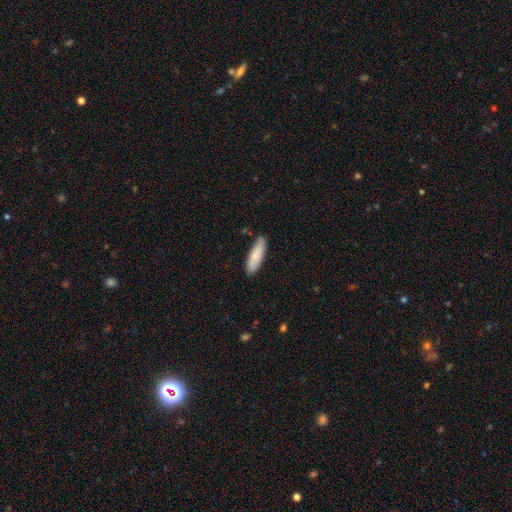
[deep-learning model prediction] smooth 83%, featured or disk 11%, star or artifact 5%. Down the decision tree: how rounded — cigar-shaped (61%); merging — none (83%).